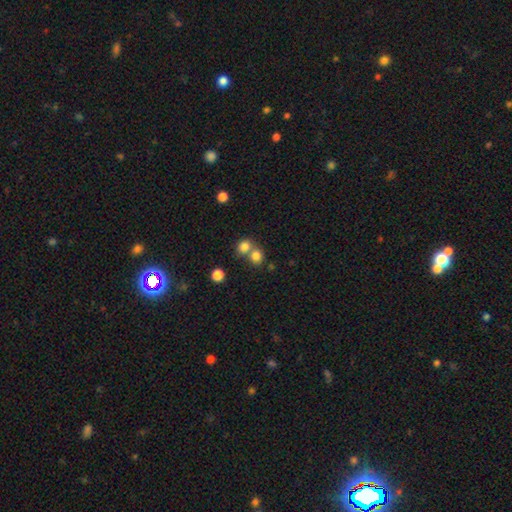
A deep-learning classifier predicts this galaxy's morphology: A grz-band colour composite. It shows a smooth galaxy with no disk features (80%) that is round (76%). Merging: merger (49%).